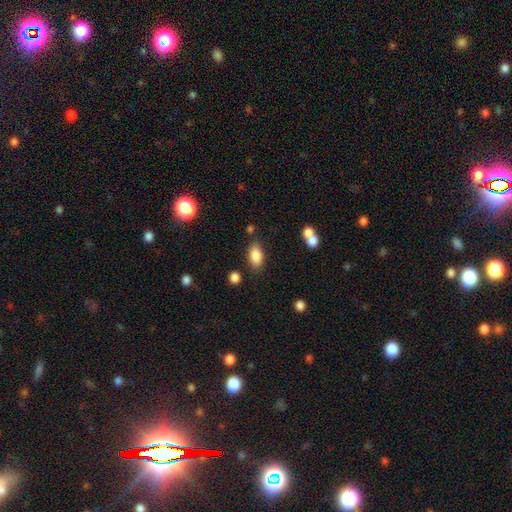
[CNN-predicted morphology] A smooth galaxy with no disk features (85%) that is in between round and cigar-shaped (90%).

Vote fractions:
- Smooth or featured? smooth: 85% / star or artifact: 8% / featured or disk: 7%
- How rounded? in between: 90% / round: 6% / cigar-shaped: 4%
- Merging? none: 81% / minor disturbance: 12% / merger: 4% / major disturbance: 3%